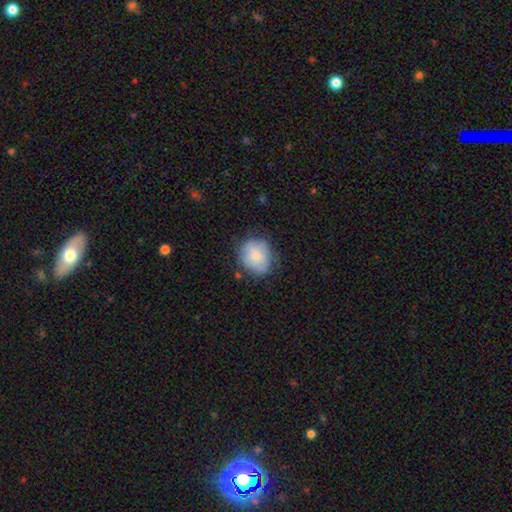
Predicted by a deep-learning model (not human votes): smooth_or_featured: smooth (p=0.76) [alt: featured or disk p=0.17]
how_rounded: round (p=0.74) [alt: in between p=0.25]
merging: none (p=0.67) [alt: minor disturbance p=0.24]